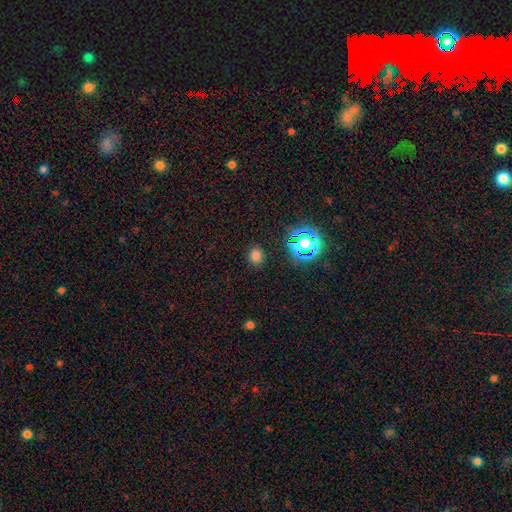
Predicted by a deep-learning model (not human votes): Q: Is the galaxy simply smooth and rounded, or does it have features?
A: smooth — 73%.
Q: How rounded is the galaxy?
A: round — 67%.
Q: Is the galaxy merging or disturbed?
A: none — 87%.